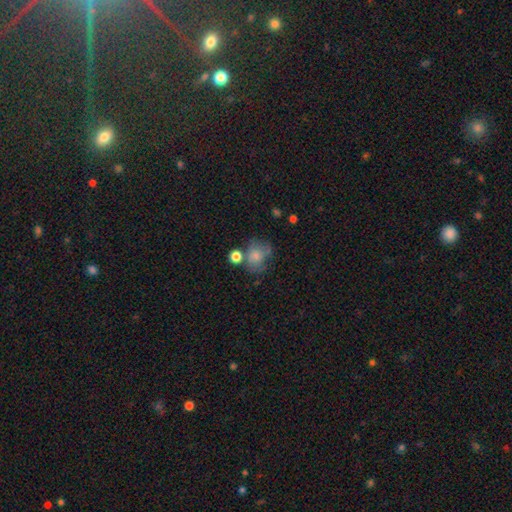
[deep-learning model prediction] Smooth or featured: smooth — 73% (featured or disk — 17%)
How rounded: round — 61% (in between — 38%)
Merging: none — 44% (minor disturbance — 22%)